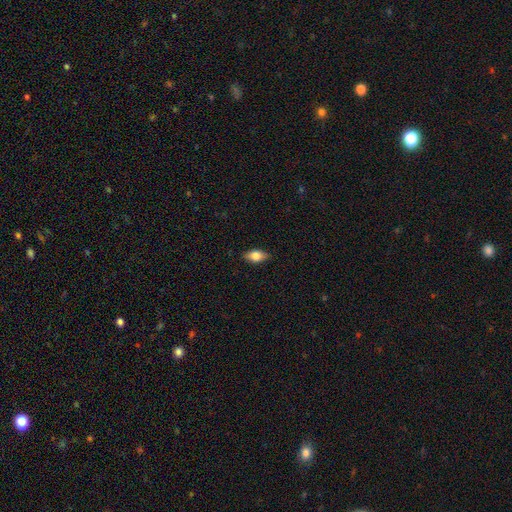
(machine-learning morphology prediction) Smooth or featured?
  - smooth: 73% *
  - featured or disk: 19%
  - star or artifact: 8%
How rounded?
  - in between: 86% *
  - round: 7%
  - cigar-shaped: 7%
Merging?
  - none: 85% *
  - minor disturbance: 12%
  - major disturbance: 2%
  - merger: 1%